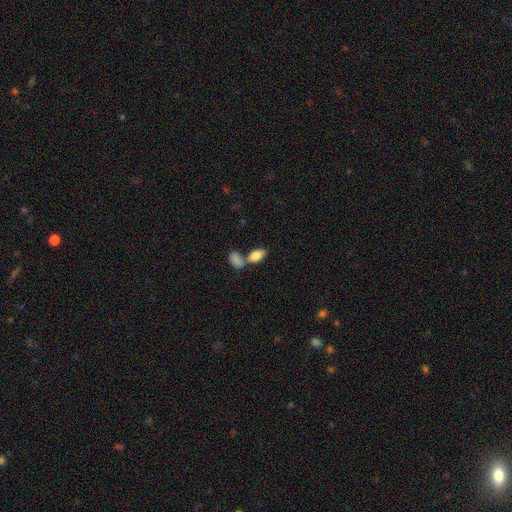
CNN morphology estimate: This appears to be a smooth galaxy with no disk features (81%) that is in between round and cigar-shaped (91%). Merging: none (43%).